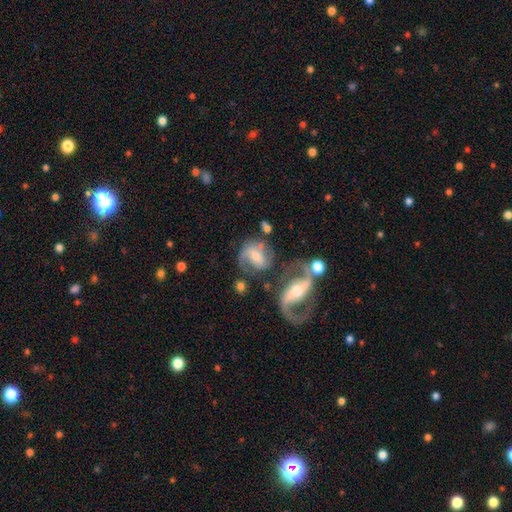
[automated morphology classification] smooth_or_featured: featured or disk (p=0.76) [alt: smooth p=0.17]
disk_edge_on: no (p=0.96) [alt: yes p=0.04]
bar: weak (p=0.40) [alt: strong p=0.34]
has_spiral_arms: yes (p=0.91) [alt: no p=0.09]
spiral_winding: medium (p=0.48) [alt: loose p=0.32]
spiral_arm_count: 2 (p=0.79) [alt: 1 p=0.08]
bulge_size: moderate (p=0.52) [alt: small p=0.41]
merging: none (p=0.47) [alt: merger p=0.23]